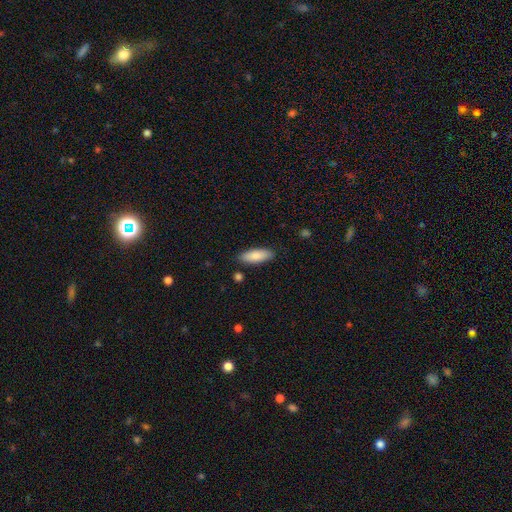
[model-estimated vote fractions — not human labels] This is clearly a smooth galaxy (84%). How rounded: likely in between (68%). Merging: clearly none (86%).